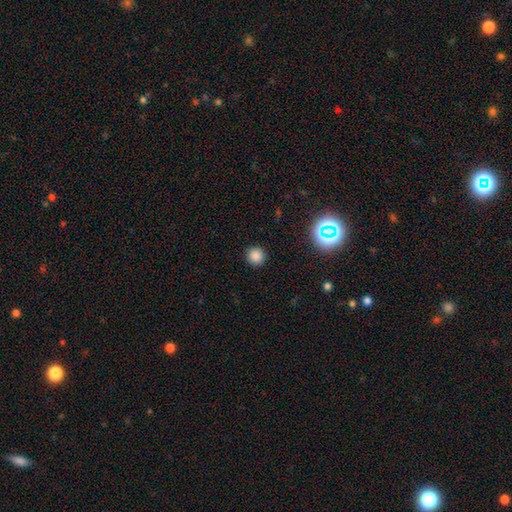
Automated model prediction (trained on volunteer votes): Overall: smooth (82%). How rounded: round (94%). Merging: none (91%).